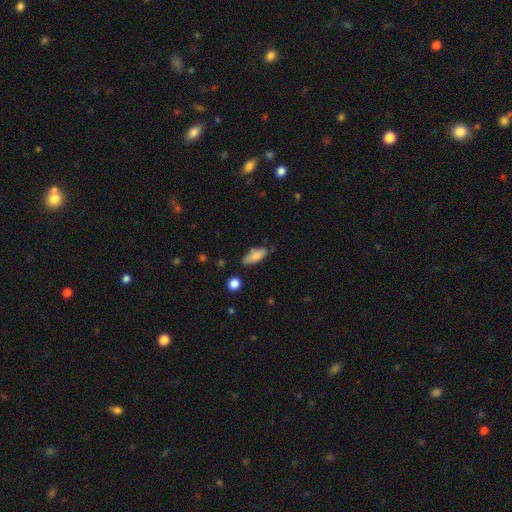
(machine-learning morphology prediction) Smooth or featured? Predicted: smooth (p=0.80). How rounded? Predicted: in between (p=0.77). Merging? Predicted: none (p=0.75).